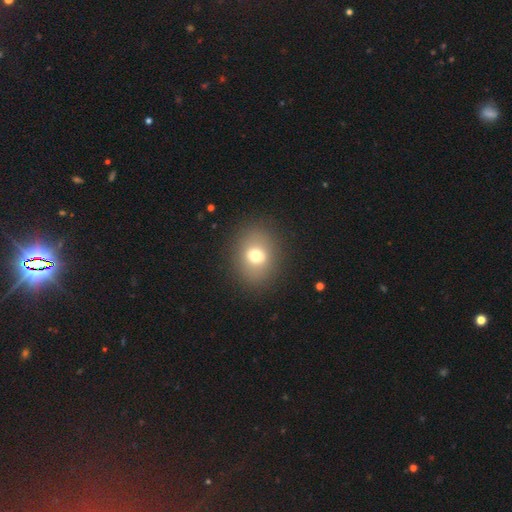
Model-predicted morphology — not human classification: The model was most divided on "how rounded": round: 56%, in between: 43%, cigar-shaped: 1%. More confident: merging — none (88%); smooth or featured — smooth (71%).